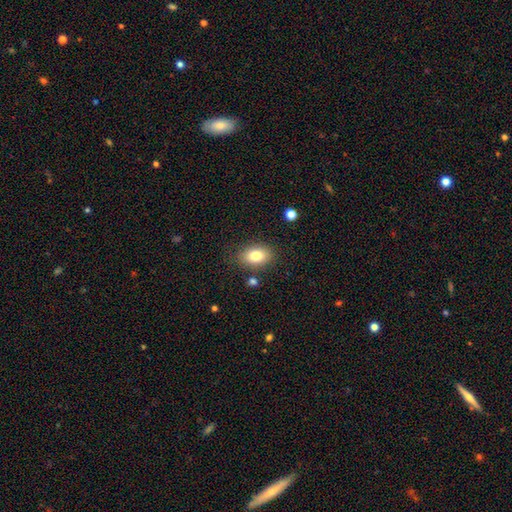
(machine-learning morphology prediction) Overall: smooth (81%). How rounded: in between (84%). Merging: none (82%).